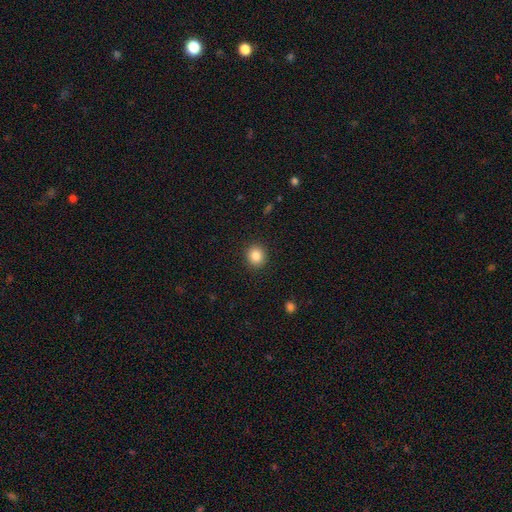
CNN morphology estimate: This appears to be a smooth galaxy with no disk features (85%) that is round (81%). Merging: none (91%).